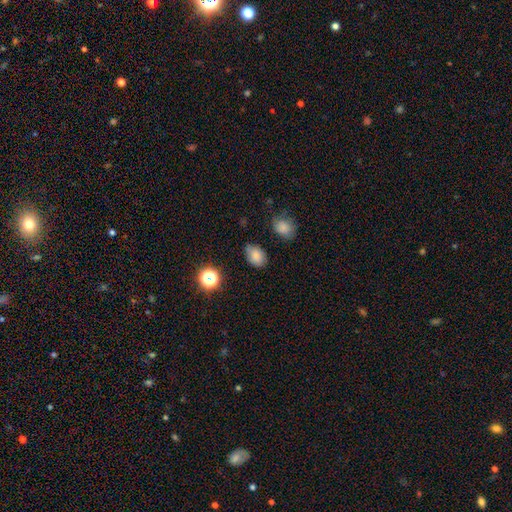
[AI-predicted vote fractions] A smooth galaxy with no disk features (81%) that is in between round and cigar-shaped (79%). Merging: none (74%).